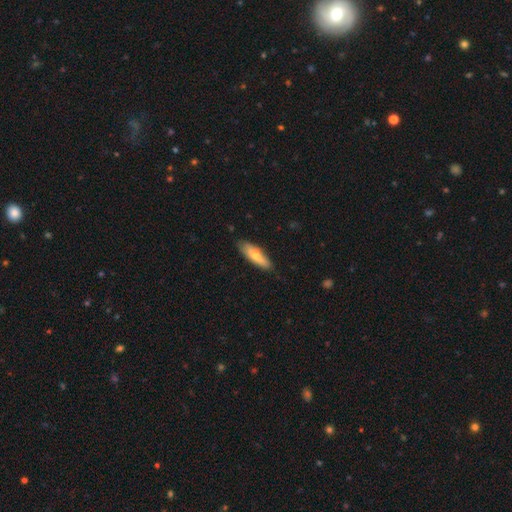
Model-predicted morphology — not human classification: smooth 72%, featured or disk 22%, star or artifact 6%. Down the decision tree: how rounded — cigar-shaped (53%); merging — none (81%).